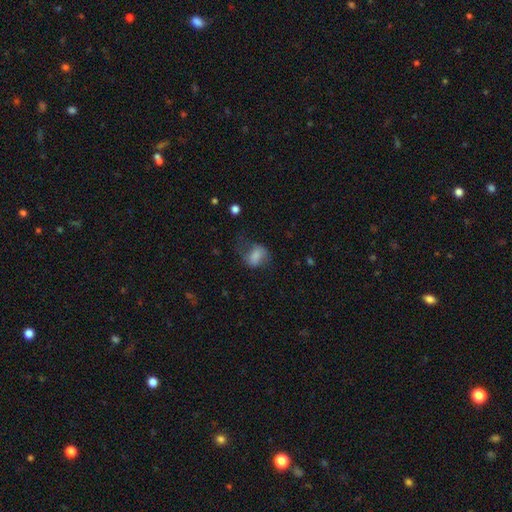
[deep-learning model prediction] smooth-or-featured: smooth: 68% | featured or disk: 22% | star or artifact: 10%
  how-rounded: in between: 71% | round: 28% | cigar-shaped: 2%
  merging: none: 40% | major disturbance: 31% | minor disturbance: 26% | merger: 3%